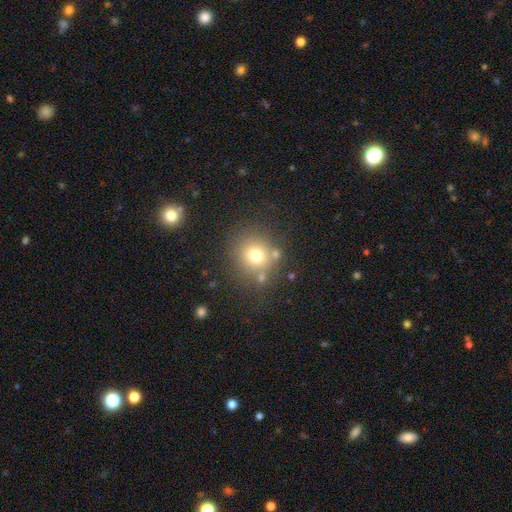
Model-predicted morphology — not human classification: Smooth or featured? smooth (72%)
How rounded? round (88%)
Merging? none (74%)